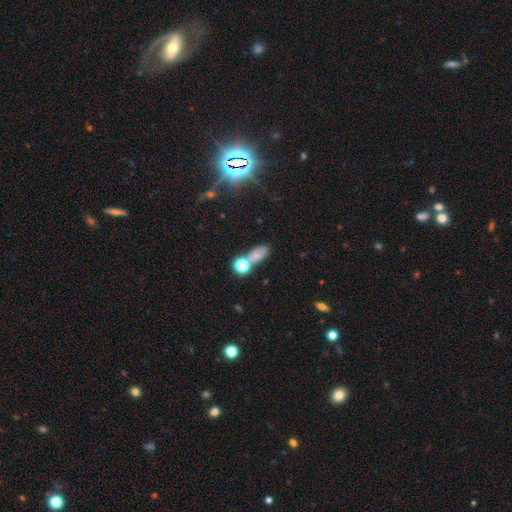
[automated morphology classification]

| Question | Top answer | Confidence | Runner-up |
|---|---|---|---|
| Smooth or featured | smooth | 62% | star or artifact (23%) |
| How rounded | in between | 72% | round (21%) |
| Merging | none | 51% | merger (25%) |